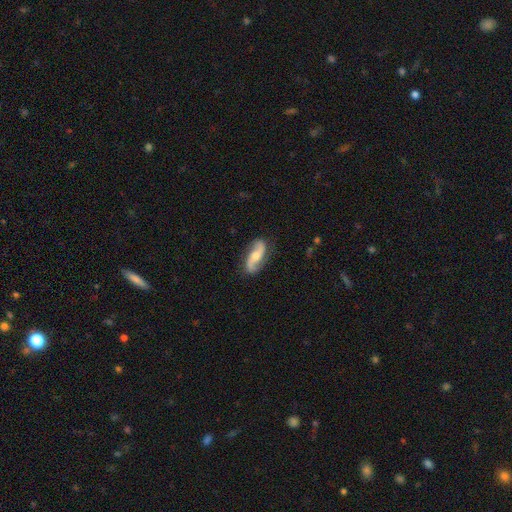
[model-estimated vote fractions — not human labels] This appears to be a featured or disk galaxy (80%) with no bar (53%), 2 (93%) loose (62%) spiral arms (96%) and a moderate central bulge (57%). Merging: none (82%).